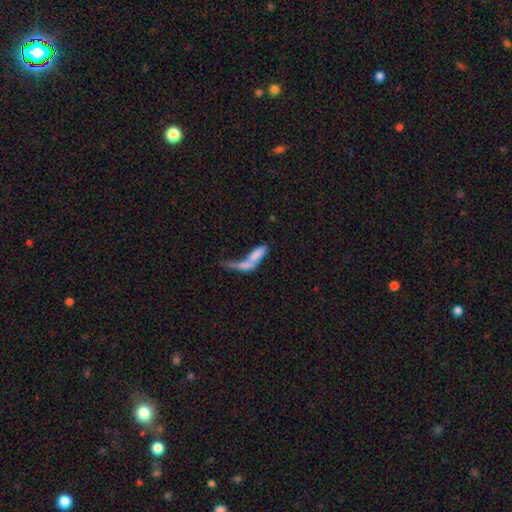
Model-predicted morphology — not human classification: The model was most divided on "how rounded": cigar-shaped: 50%, in between: 47%, round: 3%. More confident: smooth or featured — smooth (65%); merging — merger (60%).